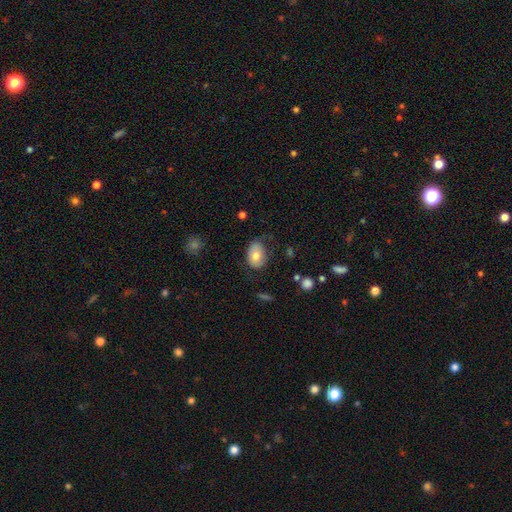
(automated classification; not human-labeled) The model was most divided on "merging": none: 60%, minor disturbance: 29%, major disturbance: 9%, merger: 2%. More confident: how rounded — in between (77%); smooth or featured — smooth (75%).